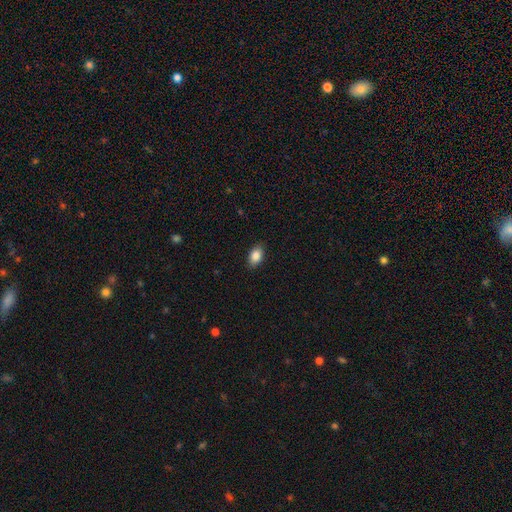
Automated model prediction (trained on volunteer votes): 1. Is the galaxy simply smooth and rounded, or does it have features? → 87% smooth, 8% star or artifact, 6% featured or disk.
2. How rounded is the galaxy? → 88% in between, 10% round, 2% cigar-shaped.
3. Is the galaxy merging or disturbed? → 88% none, 9% minor disturbance, 2% major disturbance, 1% merger.